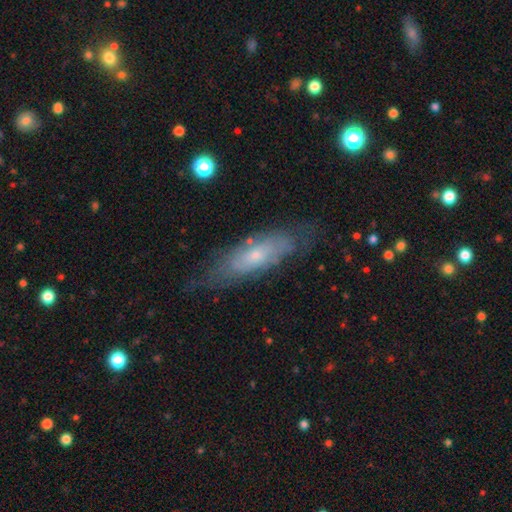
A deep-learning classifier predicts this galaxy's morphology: smooth_or_featured: featured or disk (p=0.53) [alt: smooth p=0.40]
disk_edge_on: no (p=0.73) [alt: yes p=0.27]
merging: none (p=0.66) [alt: minor disturbance p=0.23]